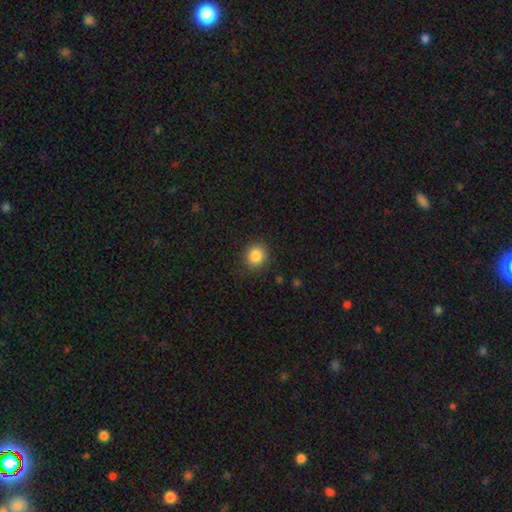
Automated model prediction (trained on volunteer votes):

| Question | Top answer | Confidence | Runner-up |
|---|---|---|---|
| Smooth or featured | smooth | 86% | star or artifact (10%) |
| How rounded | round | 79% | in between (20%) |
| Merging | none | 88% | minor disturbance (8%) |